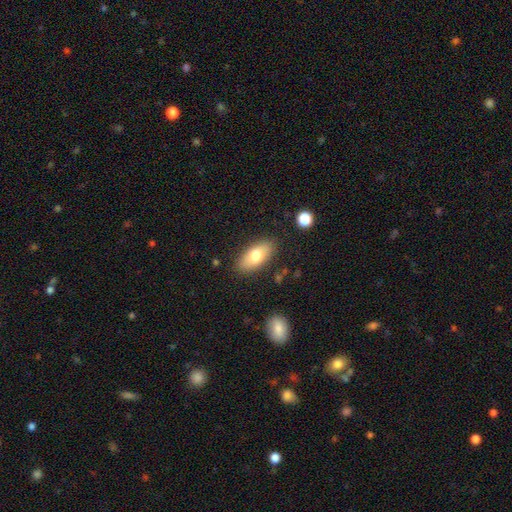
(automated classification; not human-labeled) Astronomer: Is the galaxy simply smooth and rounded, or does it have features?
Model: smooth — 75%.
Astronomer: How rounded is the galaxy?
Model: in between — 89%.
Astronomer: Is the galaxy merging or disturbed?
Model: none — 85%.